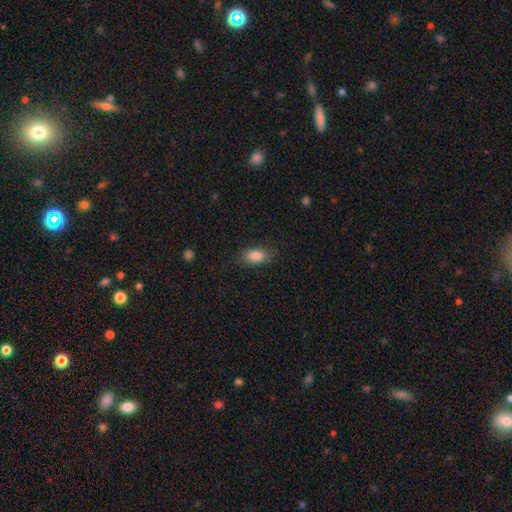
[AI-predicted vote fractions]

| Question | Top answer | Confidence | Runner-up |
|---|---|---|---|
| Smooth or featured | smooth | 85% | star or artifact (8%) |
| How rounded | in between | 89% | round (7%) |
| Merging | none | 82% | minor disturbance (13%) |